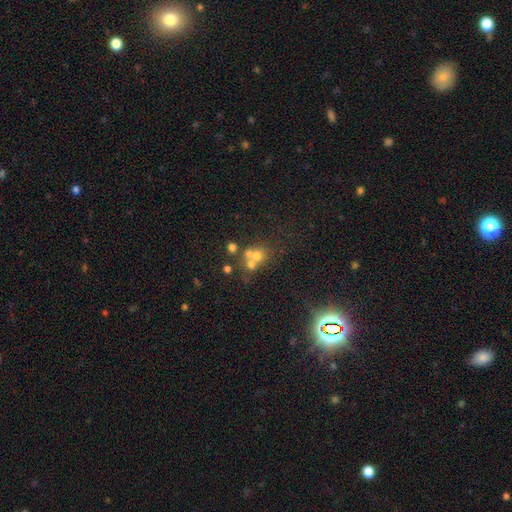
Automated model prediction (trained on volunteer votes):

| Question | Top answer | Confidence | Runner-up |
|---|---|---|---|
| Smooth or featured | smooth | 53% | star or artifact (24%) |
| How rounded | round | 80% | in between (18%) |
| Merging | merger | 49% | none (38%) |